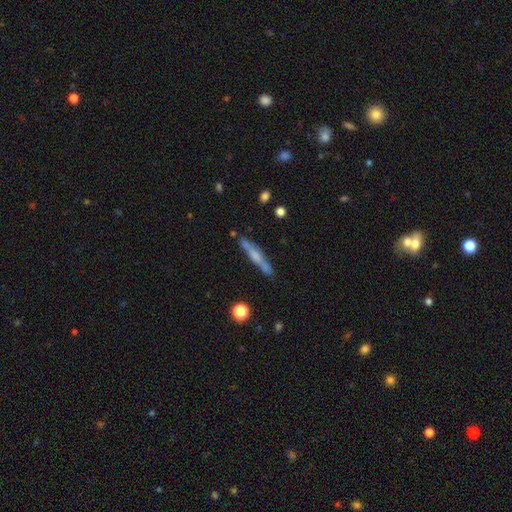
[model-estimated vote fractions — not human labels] The model was most divided on "smooth or featured": featured or disk: 52%, smooth: 41%, star or artifact: 8%. More confident: edge-on disk — yes (90%); merging — none (78%).